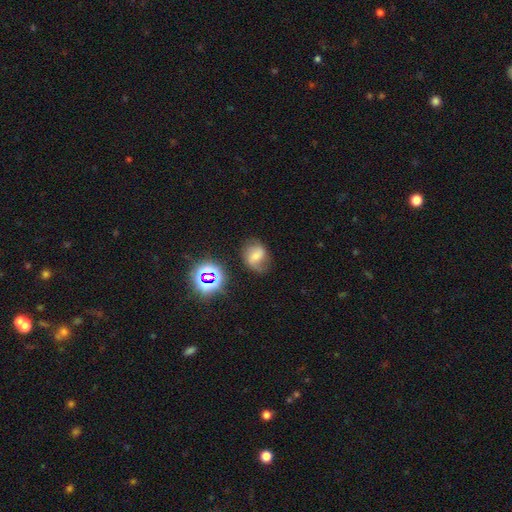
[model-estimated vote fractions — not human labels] Smooth or featured? featured or disk (51%)
Edge-on disk? no (97%)
Merging? none (59%)